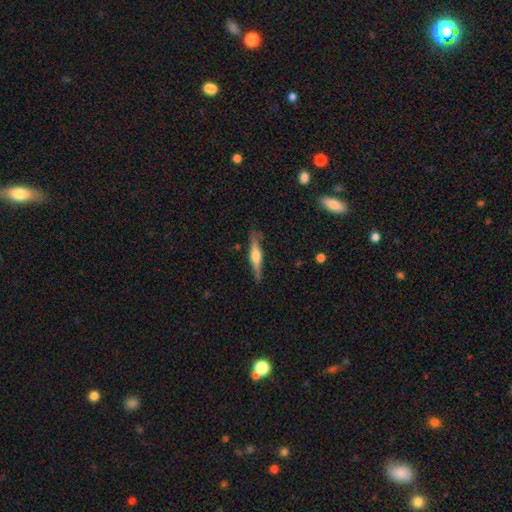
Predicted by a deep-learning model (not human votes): Overall: featured or disk (56%; smooth 38%). Edge-on disk: yes (95%). Edge-on bulge: rounded (87%). Merging: none (83%).